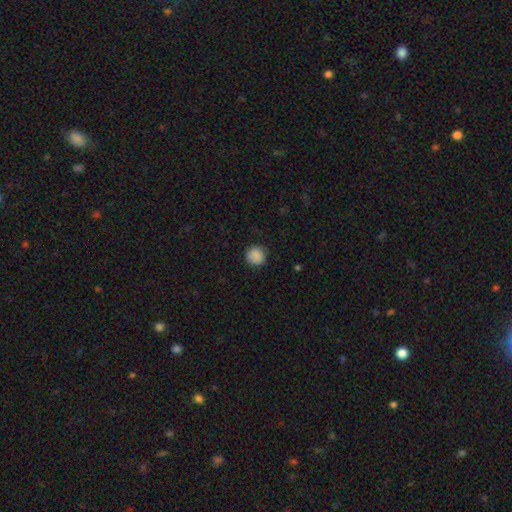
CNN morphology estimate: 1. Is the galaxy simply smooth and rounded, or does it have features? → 88% smooth, 9% star or artifact, 3% featured or disk.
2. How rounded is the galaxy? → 89% round, 10% in between, 1% cigar-shaped.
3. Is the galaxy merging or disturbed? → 88% none, 9% minor disturbance, 3% major disturbance, 1% merger.